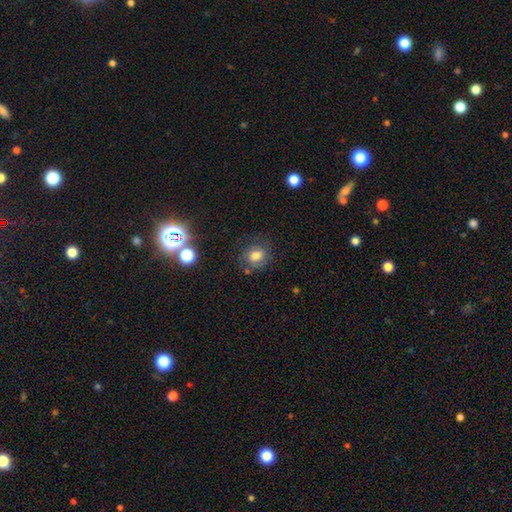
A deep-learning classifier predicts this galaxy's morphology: smooth-or-featured: smooth: 69% | featured or disk: 17% | star or artifact: 14%
  how-rounded: round: 61% | in between: 38% | cigar-shaped: 1%
  merging: none: 71% | minor disturbance: 18% | major disturbance: 8% | merger: 4%